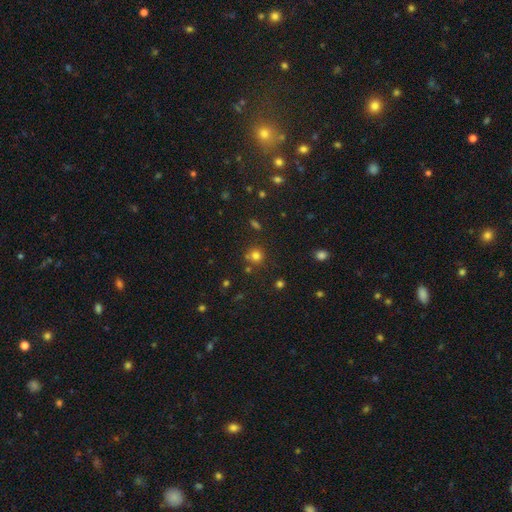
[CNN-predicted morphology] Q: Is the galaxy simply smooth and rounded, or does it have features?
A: smooth — 74%.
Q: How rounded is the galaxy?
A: round — 91%.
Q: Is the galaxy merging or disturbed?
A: none — 76%.